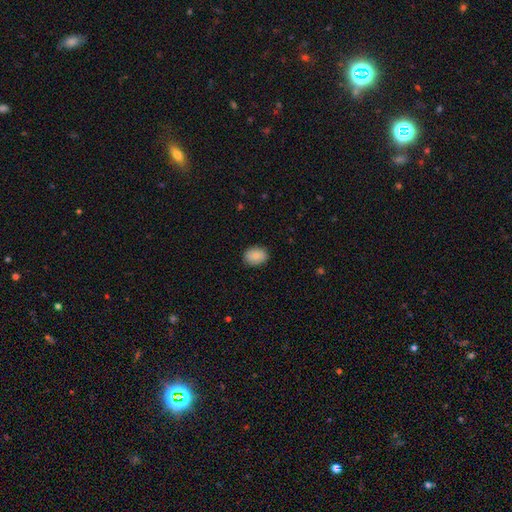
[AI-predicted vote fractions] A smooth galaxy with no disk features (89%) that is in between round and cigar-shaped (65%). Merging: none (87%).